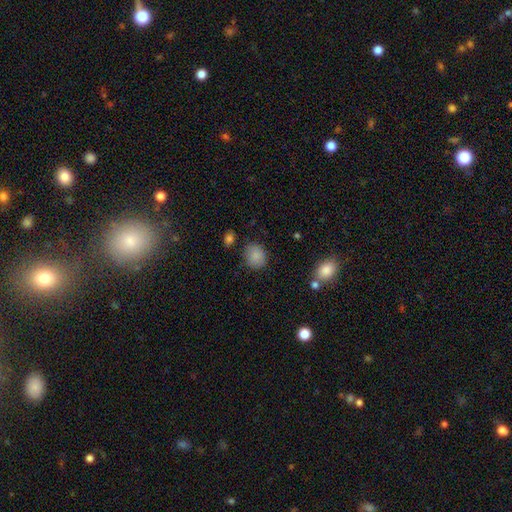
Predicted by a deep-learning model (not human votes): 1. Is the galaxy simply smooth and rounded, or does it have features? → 86% smooth, 9% star or artifact, 5% featured or disk.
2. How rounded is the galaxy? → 71% round, 28% in between, 1% cigar-shaped.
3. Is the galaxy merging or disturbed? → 80% none, 13% minor disturbance, 4% major disturbance, 3% merger.